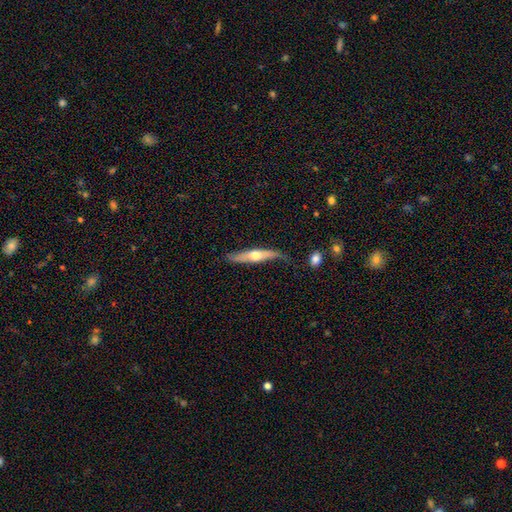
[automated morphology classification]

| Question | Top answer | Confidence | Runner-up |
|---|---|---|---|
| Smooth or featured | featured or disk | 58% | smooth (37%) |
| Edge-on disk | yes | 86% | no (14%) |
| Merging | none | 62% | minor disturbance (27%) |